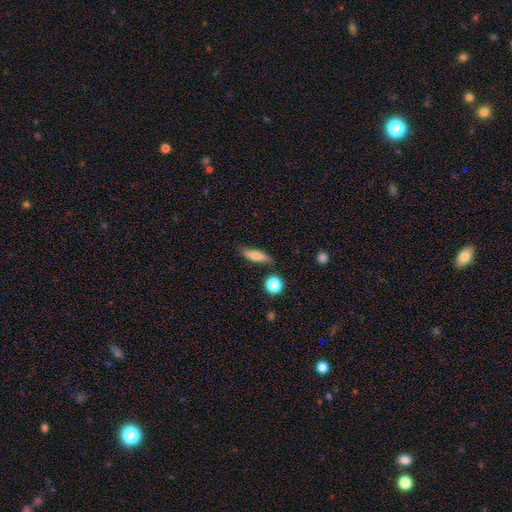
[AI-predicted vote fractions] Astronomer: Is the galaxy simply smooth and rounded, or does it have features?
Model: smooth — 71%.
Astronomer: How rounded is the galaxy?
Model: cigar-shaped — 51% (runner-up: in between, 44%).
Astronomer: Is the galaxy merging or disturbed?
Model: none — 75%.